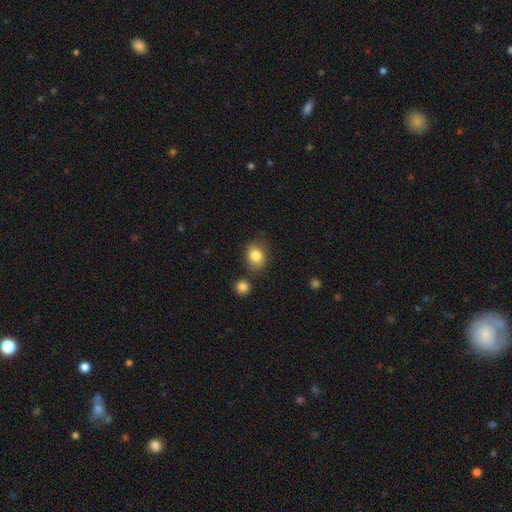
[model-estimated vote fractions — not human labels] Smooth or featured? Predicted: smooth (p=0.84). How rounded? Predicted: in between (p=0.55). Merging? Predicted: none (p=0.75).